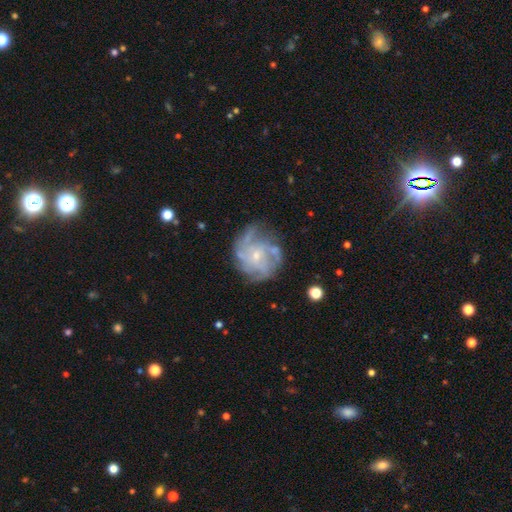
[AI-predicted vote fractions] smooth_or_featured: featured or disk (p=0.81) [alt: smooth p=0.12]
disk_edge_on: no (p=0.98) [alt: yes p=0.02]
bar: no (p=0.71) [alt: weak p=0.25]
has_spiral_arms: yes (p=0.89) [alt: no p=0.11]
spiral_winding: tight (p=0.44) [alt: medium p=0.40]
spiral_arm_count: can't tell (p=0.34) [alt: 4 p=0.22]
bulge_size: small (p=0.69) [alt: moderate p=0.25]
merging: none (p=0.66) [alt: minor disturbance p=0.20]